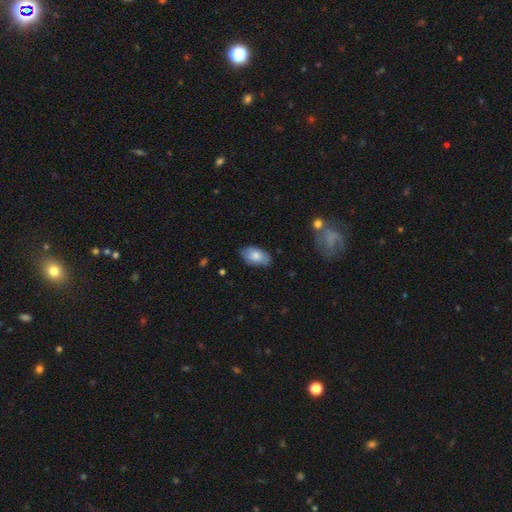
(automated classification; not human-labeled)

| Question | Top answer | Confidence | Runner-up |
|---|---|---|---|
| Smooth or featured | smooth | 80% | featured or disk (14%) |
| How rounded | in between | 94% | round (3%) |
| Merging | none | 80% | minor disturbance (16%) |